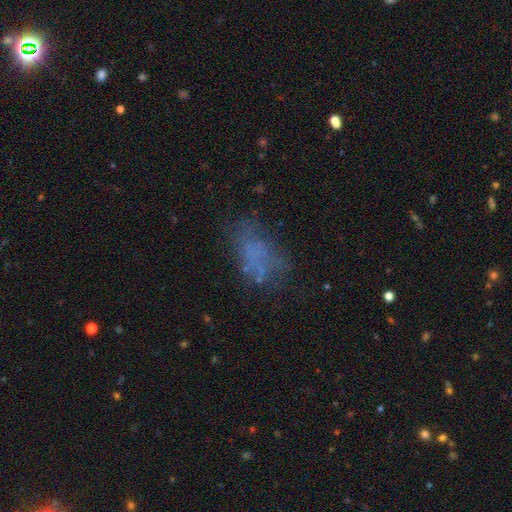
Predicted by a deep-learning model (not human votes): Q: Smooth or featured?
A: smooth (46%); runner-up: featured or disk (33%)
Q: Merging?
A: none (53%); runner-up: major disturbance (22%)